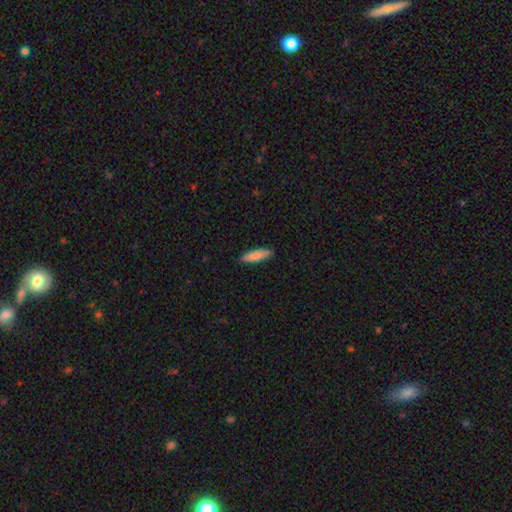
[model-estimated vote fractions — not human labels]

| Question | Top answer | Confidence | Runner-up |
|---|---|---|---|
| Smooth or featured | smooth | 83% | featured or disk (12%) |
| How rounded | cigar-shaped | 75% | in between (23%) |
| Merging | none | 89% | minor disturbance (8%) |